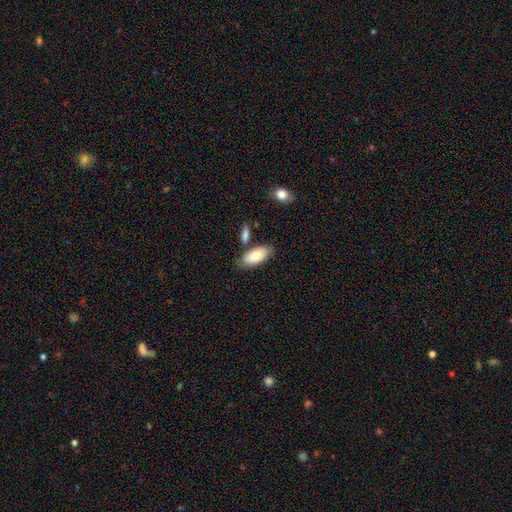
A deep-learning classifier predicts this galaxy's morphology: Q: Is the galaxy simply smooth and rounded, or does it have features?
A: smooth — 79%.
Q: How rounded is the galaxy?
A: in between — 90%.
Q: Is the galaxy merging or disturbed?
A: none — 71%.